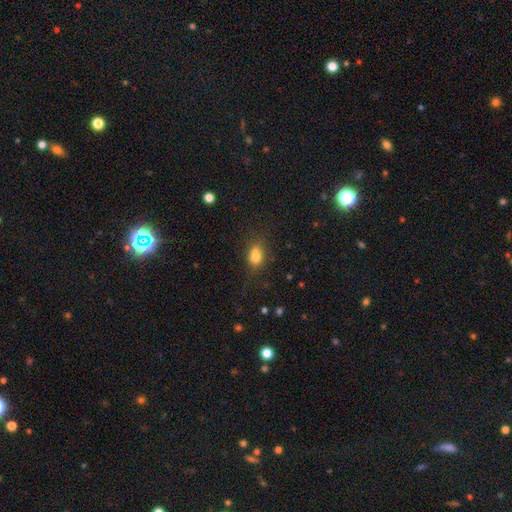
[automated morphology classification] smooth-or-featured: smooth: 83% | star or artifact: 10% | featured or disk: 7%
  how-rounded: in between: 79% | round: 19% | cigar-shaped: 3%
  merging: none: 73% | minor disturbance: 18% | major disturbance: 7% | merger: 2%